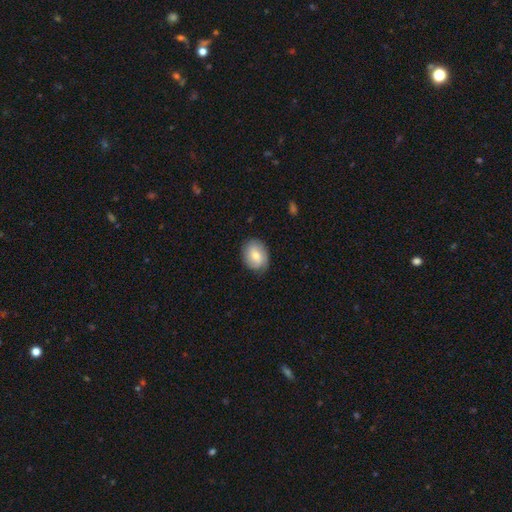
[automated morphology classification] Smooth or featured? Predicted: smooth (p=0.62). How rounded? Predicted: in between (p=0.63). Merging? Predicted: none (p=0.77).